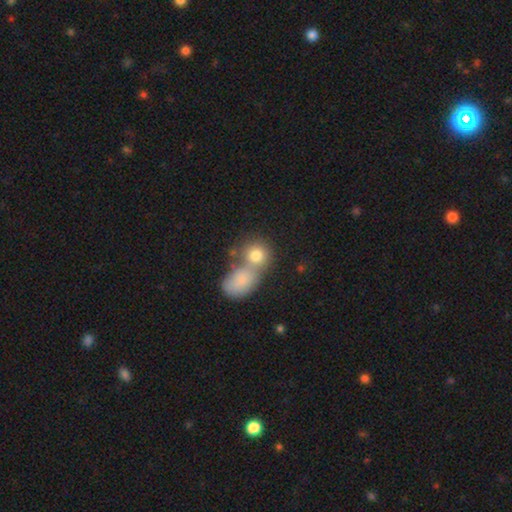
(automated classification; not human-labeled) Smooth or featured: smooth — 78% (featured or disk — 12%)
How rounded: round — 71% (in between — 27%)
Merging: merger — 54% (none — 33%)